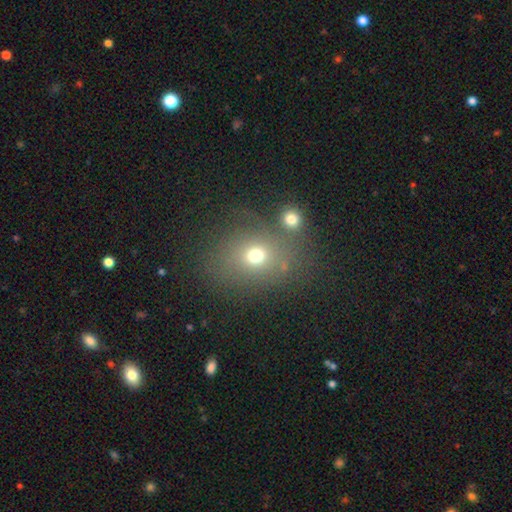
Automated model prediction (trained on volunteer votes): Q: Smooth or featured?
A: smooth (67%); runner-up: star or artifact (19%)
Q: How rounded?
A: round (54%); runner-up: in between (45%)
Q: Merging?
A: none (61%); runner-up: merger (18%)